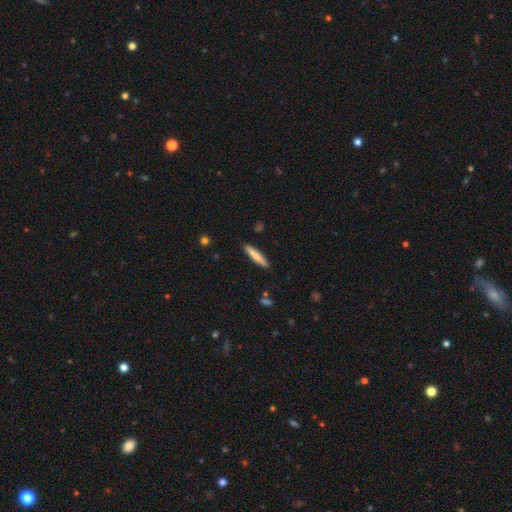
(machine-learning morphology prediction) Q: Smooth or featured?
A: smooth (76%); runner-up: featured or disk (19%)
Q: How rounded?
A: cigar-shaped (89%); runner-up: in between (10%)
Q: Merging?
A: none (89%); runner-up: minor disturbance (8%)